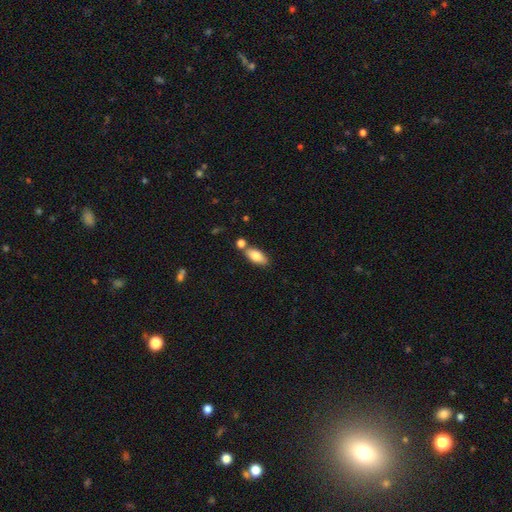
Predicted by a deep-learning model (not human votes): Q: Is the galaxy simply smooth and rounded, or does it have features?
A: smooth — 80%.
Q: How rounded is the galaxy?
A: in between — 88%.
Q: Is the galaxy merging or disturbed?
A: none — 67%.